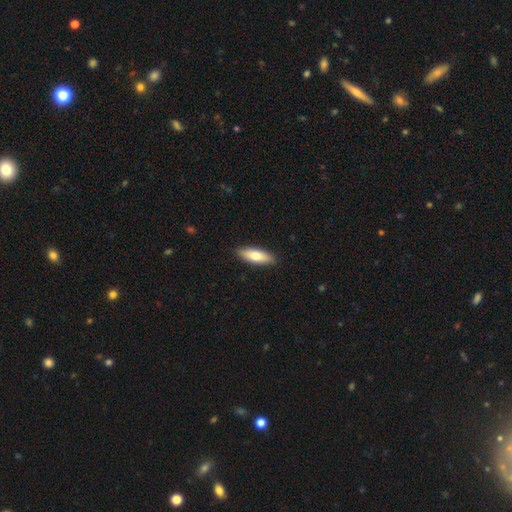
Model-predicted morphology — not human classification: A smooth galaxy with no disk features (74%) that is in between round and cigar-shaped (56%).

Vote fractions:
- Smooth or featured? smooth: 74% / featured or disk: 21% / star or artifact: 5%
- How rounded? in between: 56% / cigar-shaped: 42% / round: 2%
- Merging? none: 90% / minor disturbance: 8% / major disturbance: 2% / merger: 1%